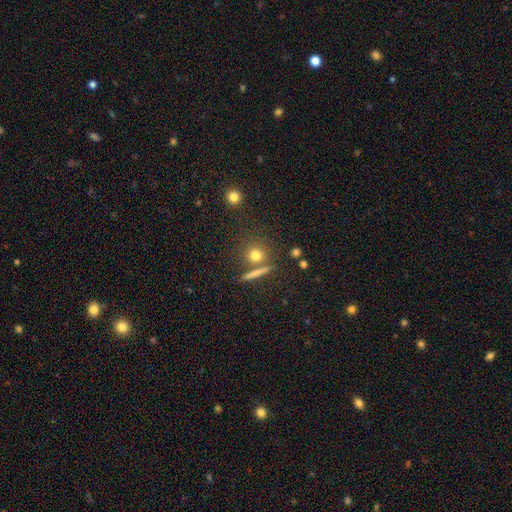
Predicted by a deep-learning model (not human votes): A smooth galaxy with no disk features (75%) that is round (81%). Merging: none (74%).